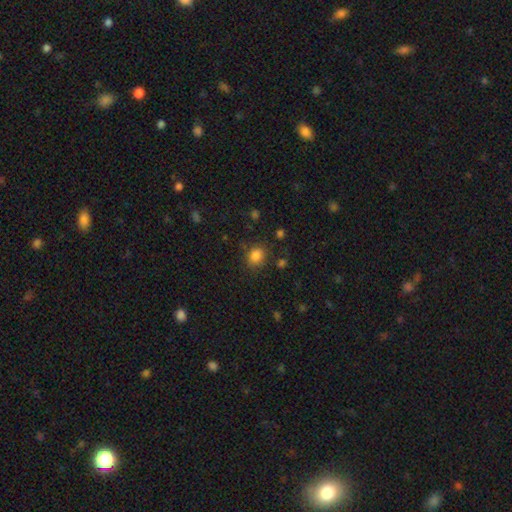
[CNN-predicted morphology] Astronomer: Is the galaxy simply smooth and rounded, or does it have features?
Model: smooth — 83%.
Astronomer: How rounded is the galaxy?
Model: round — 63%.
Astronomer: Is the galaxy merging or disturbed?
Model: none — 80%.